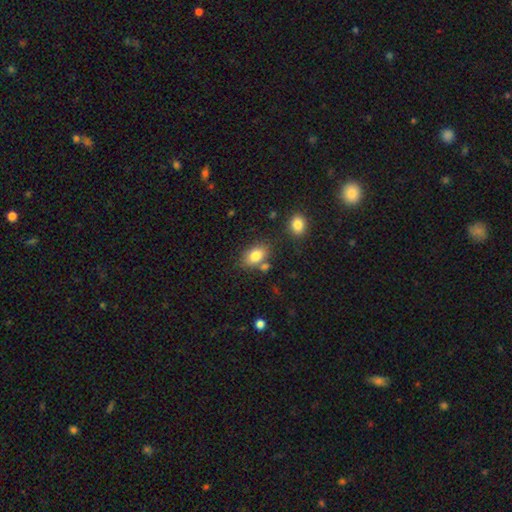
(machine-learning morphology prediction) A smooth galaxy with no disk features (82%) that is in between round and cigar-shaped (85%).

Vote fractions:
- Smooth or featured? smooth: 82% / featured or disk: 10% / star or artifact: 9%
- How rounded? in between: 85% / round: 14% / cigar-shaped: 2%
- Merging? none: 69% / minor disturbance: 14% / merger: 13% / major disturbance: 4%